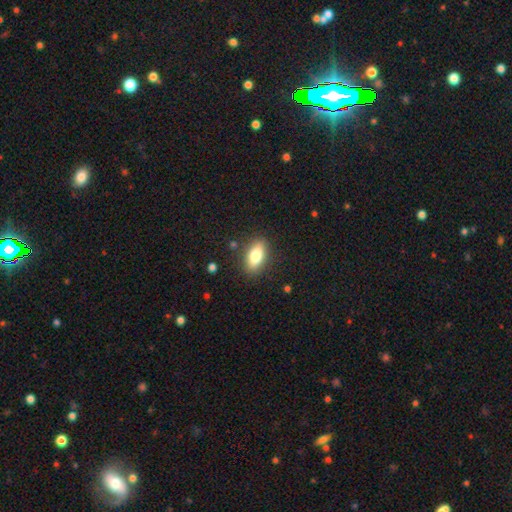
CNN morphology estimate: Smooth or featured? smooth (78%)
How rounded? in between (84%)
Merging? none (86%)